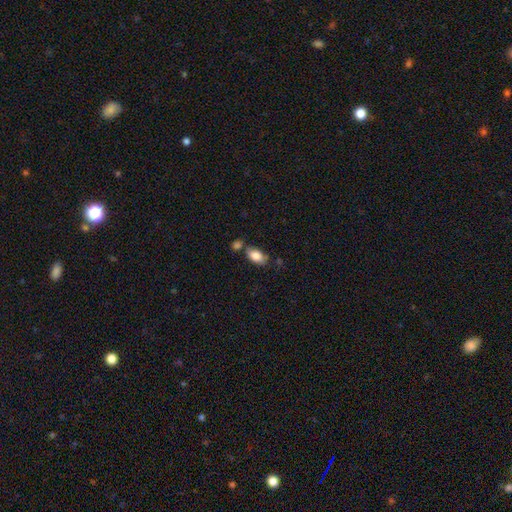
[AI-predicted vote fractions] Morphology: type=smooth (85%); roundness=in between (91%); merging=none (59%).